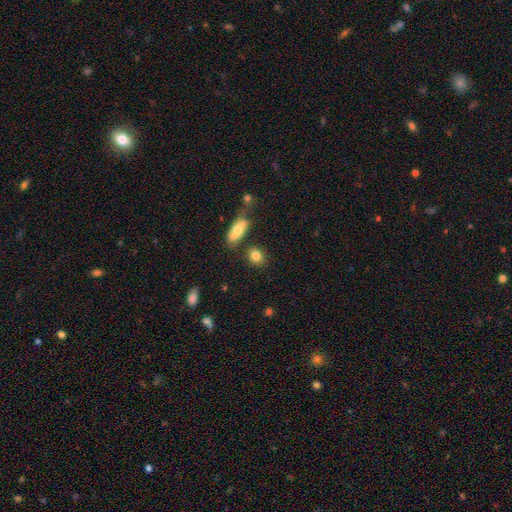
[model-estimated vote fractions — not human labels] Smooth or featured? smooth (83%)
How rounded? round (57%)
Merging? none (78%)